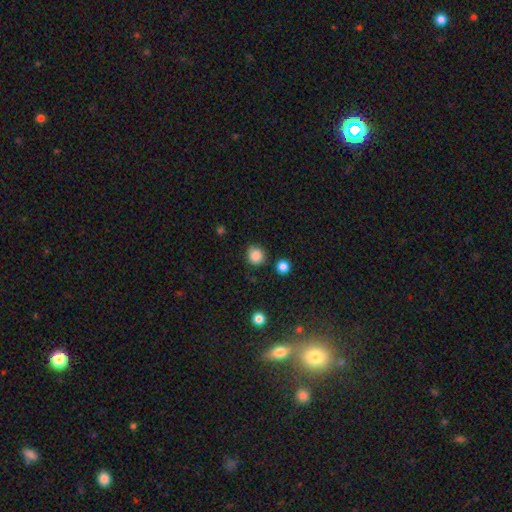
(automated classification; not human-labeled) Morphology: type=smooth (86%); roundness=round (90%); merging=none (81%).